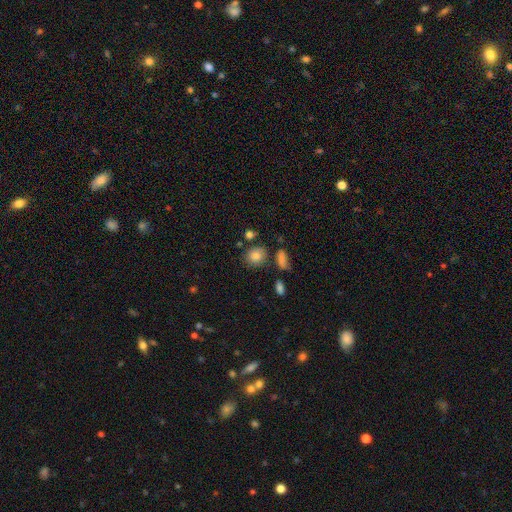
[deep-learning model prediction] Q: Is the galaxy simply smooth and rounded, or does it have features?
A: smooth — 82%.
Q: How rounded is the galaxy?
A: round — 72%.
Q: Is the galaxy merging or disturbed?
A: none — 77%.